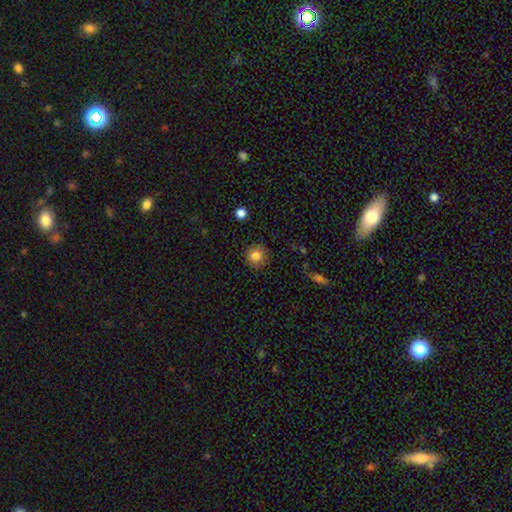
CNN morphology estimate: smooth_or_featured: smooth (p=0.82) [alt: star or artifact p=0.10]
how_rounded: round (p=0.91) [alt: in between p=0.08]
merging: none (p=0.87) [alt: minor disturbance p=0.09]